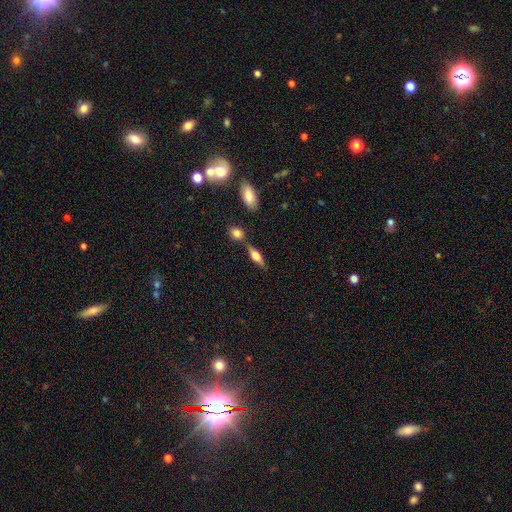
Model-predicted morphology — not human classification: A featured or disk galaxy (50%) viewed edge-on (93%). Merging: none (70%).